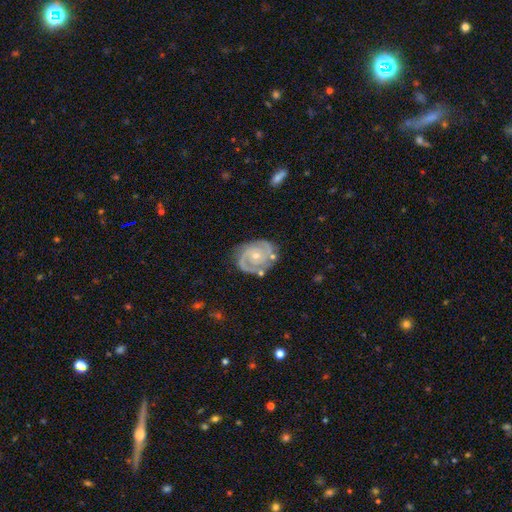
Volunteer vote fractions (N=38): A featured or disk galaxy (89%) with no bar (79%), 2 (94%) tight (64%) spiral arms (100%) and a small central bulge (55%). Merging: none (83%).